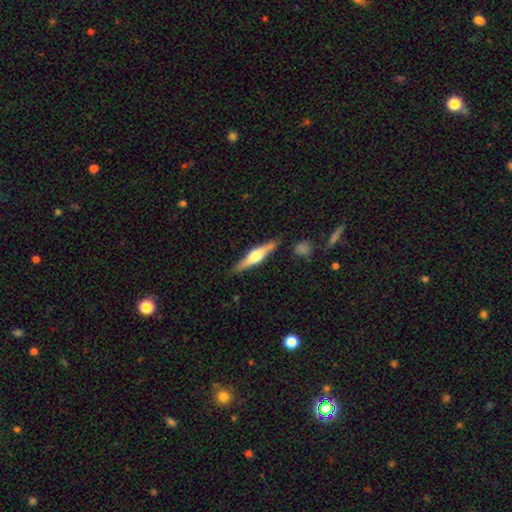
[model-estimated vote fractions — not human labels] Morphology: type=featured or disk (62%); edge-on=yes (96%); edge-on bulge=rounded (85%); merging=none (81%).